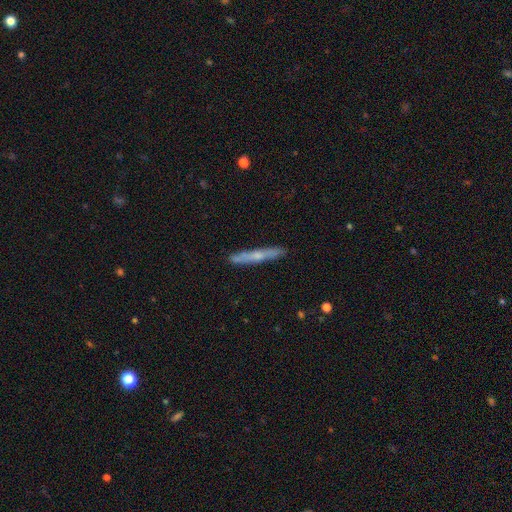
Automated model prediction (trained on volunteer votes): This appears to be a featured or disk galaxy (51%) viewed edge-on (92%). Merging: none (87%).